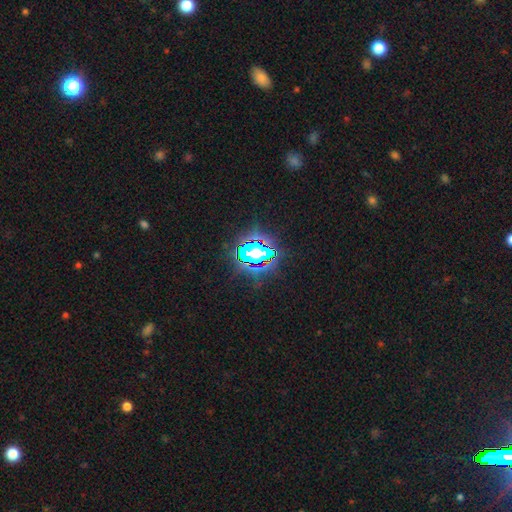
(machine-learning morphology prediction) A star or artifact, not a galaxy (77%).

Vote fractions:
- Smooth or featured? star or artifact: 77% / smooth: 14% / featured or disk: 9%